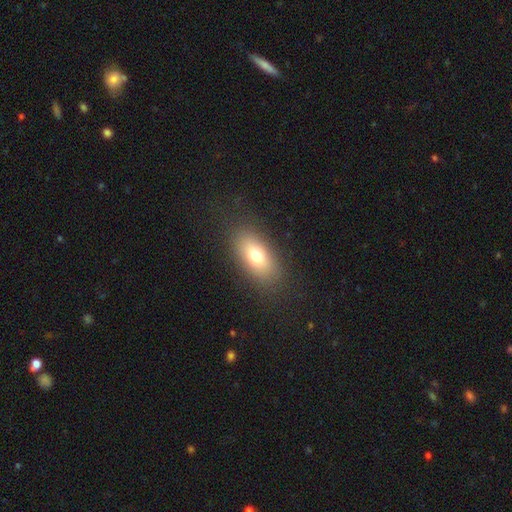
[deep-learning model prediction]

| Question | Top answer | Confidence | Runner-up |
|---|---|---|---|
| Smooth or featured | smooth | 72% | featured or disk (18%) |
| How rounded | in between | 86% | cigar-shaped (8%) |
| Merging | none | 83% | minor disturbance (11%) |